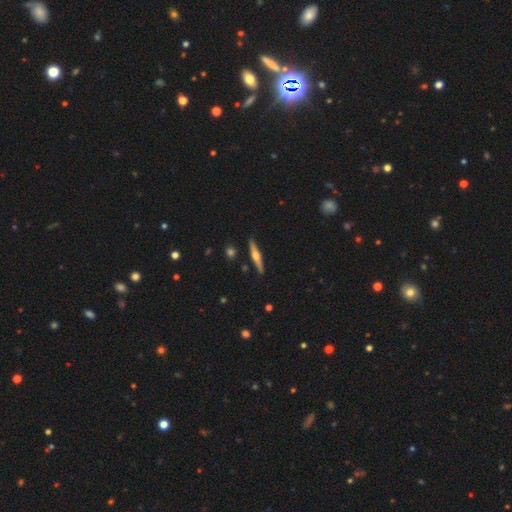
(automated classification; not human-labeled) This appears to be a featured or disk galaxy (68%) viewed edge-on (97%) with a rounded central bulge (92%). Merging: none (89%).